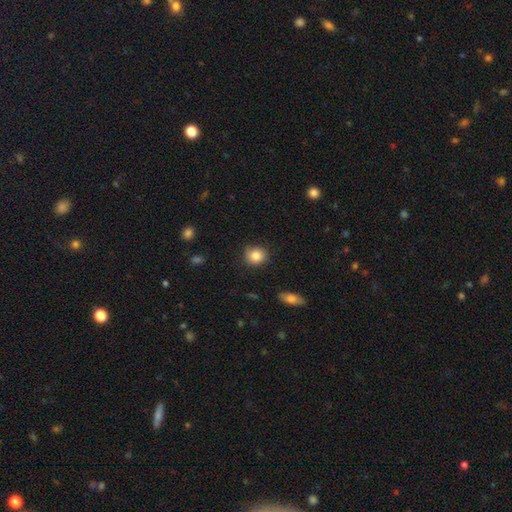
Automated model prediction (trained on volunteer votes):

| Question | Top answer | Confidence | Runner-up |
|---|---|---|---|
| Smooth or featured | smooth | 85% | star or artifact (9%) |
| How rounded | round | 80% | in between (19%) |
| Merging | none | 84% | minor disturbance (12%) |